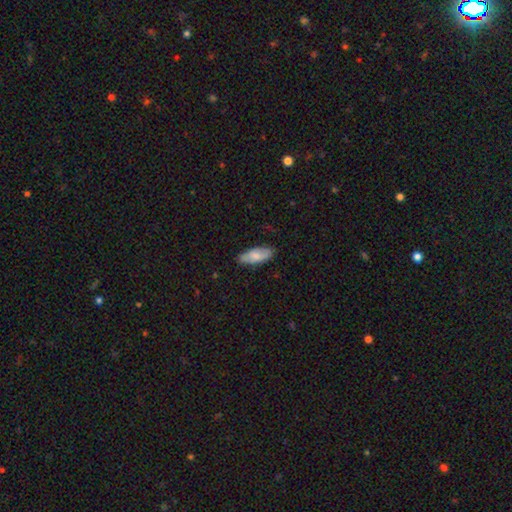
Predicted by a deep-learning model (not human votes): Smooth or featured: smooth — 73% (featured or disk — 21%)
How rounded: in between — 79% (cigar-shaped — 19%)
Merging: none — 79% (minor disturbance — 17%)